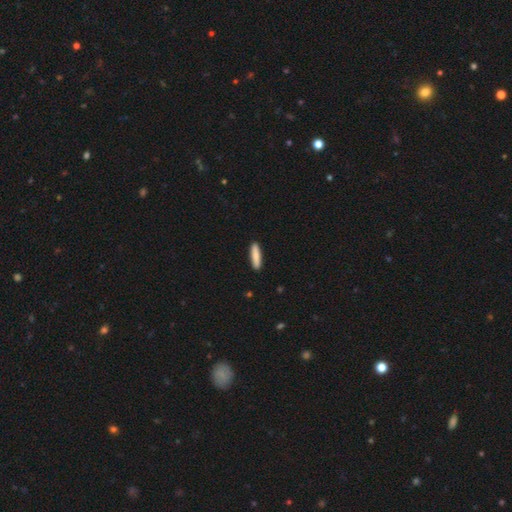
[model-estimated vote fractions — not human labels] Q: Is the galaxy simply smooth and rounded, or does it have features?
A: smooth — 85%.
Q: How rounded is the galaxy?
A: cigar-shaped — 82%.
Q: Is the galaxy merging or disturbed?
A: none — 91%.